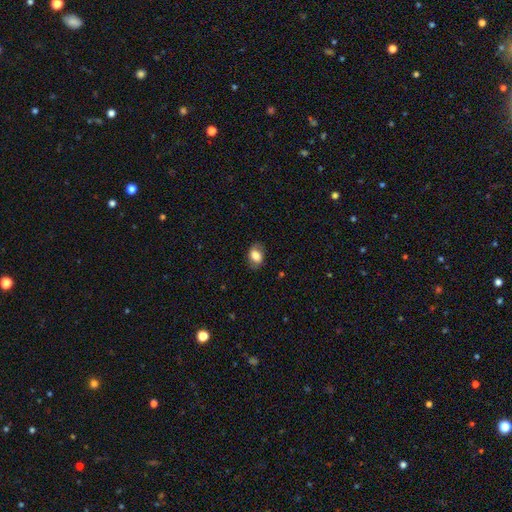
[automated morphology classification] type=smooth (74%); roundness=in between (80%); merging=none (79%).